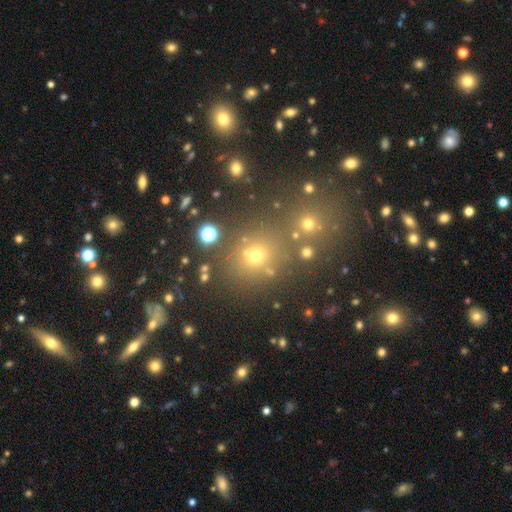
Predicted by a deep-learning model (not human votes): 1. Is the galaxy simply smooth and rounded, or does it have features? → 55% smooth, 35% star or artifact, 11% featured or disk.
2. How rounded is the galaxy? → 74% round, 24% in between, 2% cigar-shaped.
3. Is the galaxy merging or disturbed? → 70% none, 13% merger, 11% minor disturbance, 6% major disturbance.